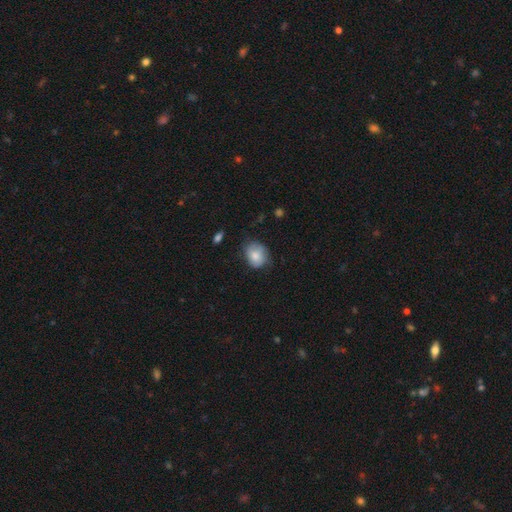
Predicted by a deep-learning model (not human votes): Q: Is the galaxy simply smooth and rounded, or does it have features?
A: smooth — 77%.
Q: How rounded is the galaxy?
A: round — 52%.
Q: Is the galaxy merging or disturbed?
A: none — 61%.